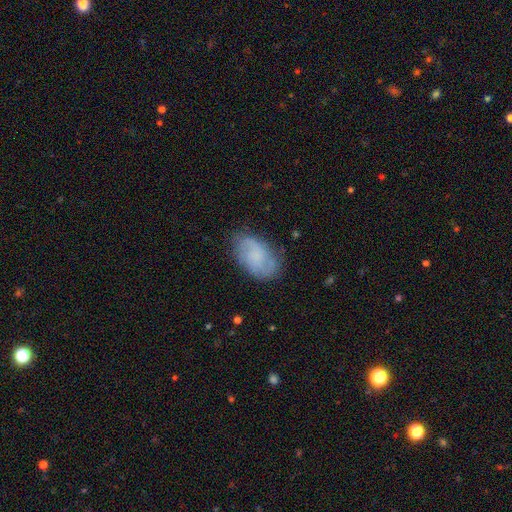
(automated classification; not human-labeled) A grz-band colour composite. It shows a featured or disk galaxy (50%). Merging: none (70%).